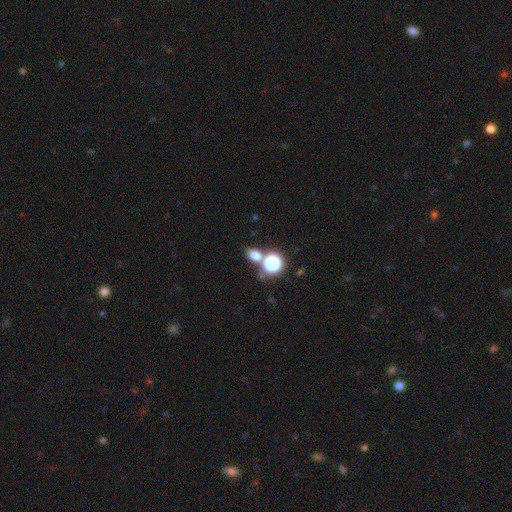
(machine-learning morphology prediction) Smooth or featured?
  - smooth: 69% *
  - star or artifact: 23%
  - featured or disk: 8%
How rounded?
  - in between: 52% *
  - round: 47%
  - cigar-shaped: 2%
Merging?
  - none: 61% *
  - merger: 25%
  - minor disturbance: 10%
  - major disturbance: 4%